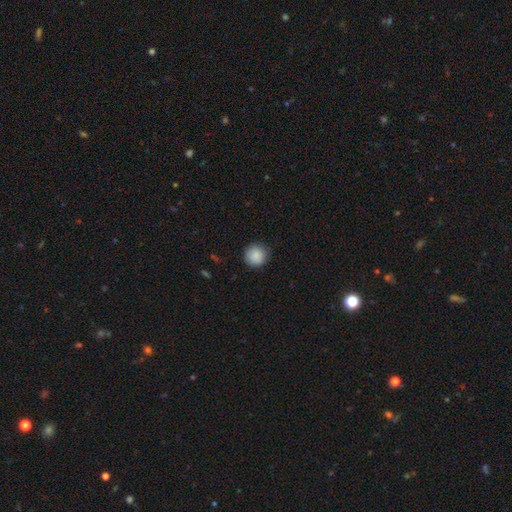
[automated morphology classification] This appears to be a smooth galaxy with no disk features (89%) that is round (95%). Merging: none (89%).